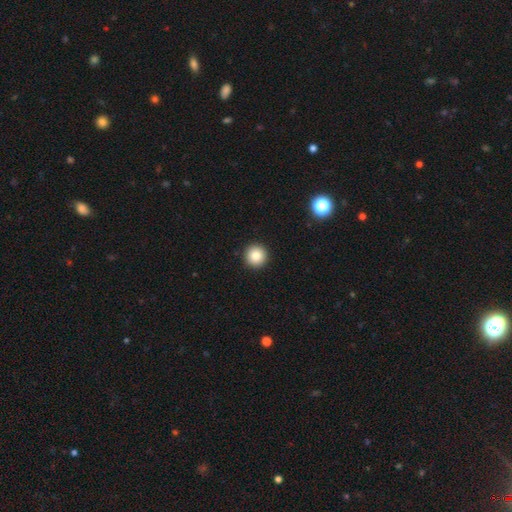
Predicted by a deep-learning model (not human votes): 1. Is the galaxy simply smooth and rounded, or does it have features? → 84% smooth, 10% star or artifact, 6% featured or disk.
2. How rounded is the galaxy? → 96% round, 3% in between, 1% cigar-shaped.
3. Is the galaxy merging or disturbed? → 94% none, 4% minor disturbance, 1% major disturbance, 1% merger.